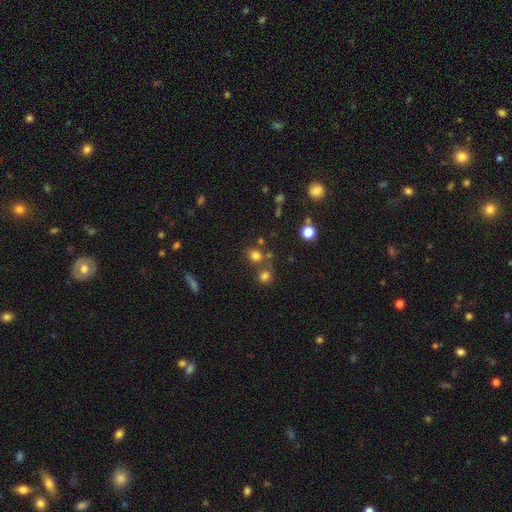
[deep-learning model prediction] Smooth or featured: smooth — 75% (star or artifact — 18%)
How rounded: round — 76% (in between — 23%)
Merging: none — 65% (merger — 21%)